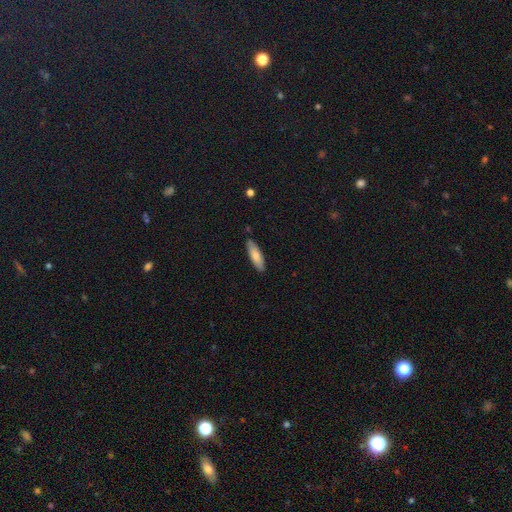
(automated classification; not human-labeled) This appears to be a smooth galaxy with no disk features (76%) that is cigar-shaped (57%). Merging: none (85%).